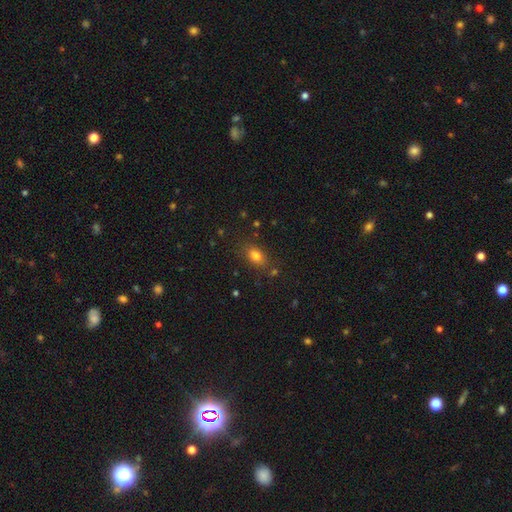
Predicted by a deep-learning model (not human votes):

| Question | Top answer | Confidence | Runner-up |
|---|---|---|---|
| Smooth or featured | smooth | 78% | star or artifact (12%) |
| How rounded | in between | 81% | round (15%) |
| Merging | none | 79% | minor disturbance (13%) |